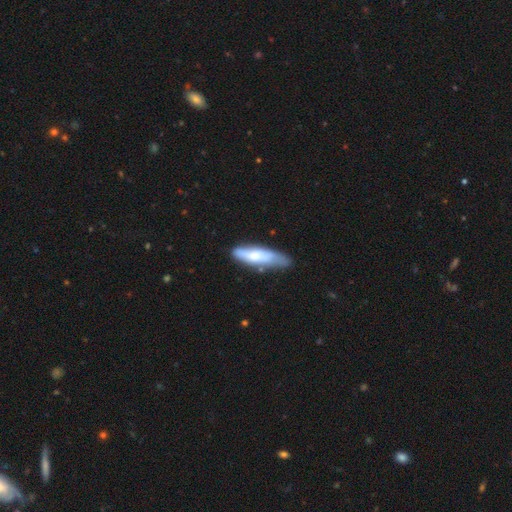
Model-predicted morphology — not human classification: Overall: smooth (65%; featured or disk 30%). How rounded: cigar-shaped (64%; in between 34%). Merging: none (54%; minor disturbance 32%).